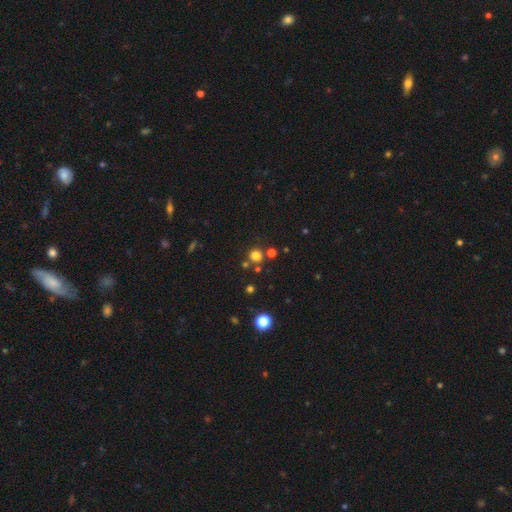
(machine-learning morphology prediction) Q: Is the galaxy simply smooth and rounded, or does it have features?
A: smooth — 74%.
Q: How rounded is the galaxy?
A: round — 87%.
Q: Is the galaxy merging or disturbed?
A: none — 77%.